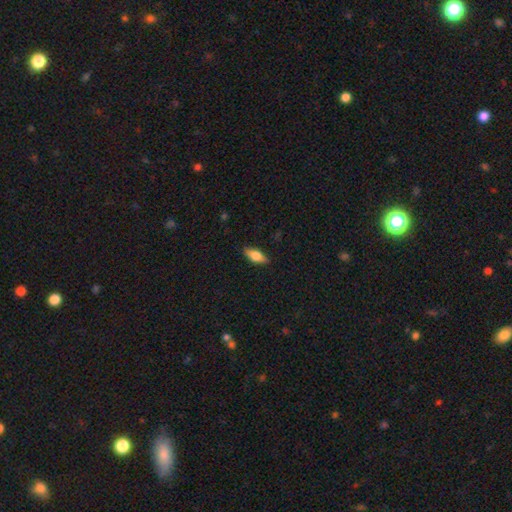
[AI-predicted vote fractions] Morphology: type=smooth (67%); roundness=in between (78%); merging=none (86%).